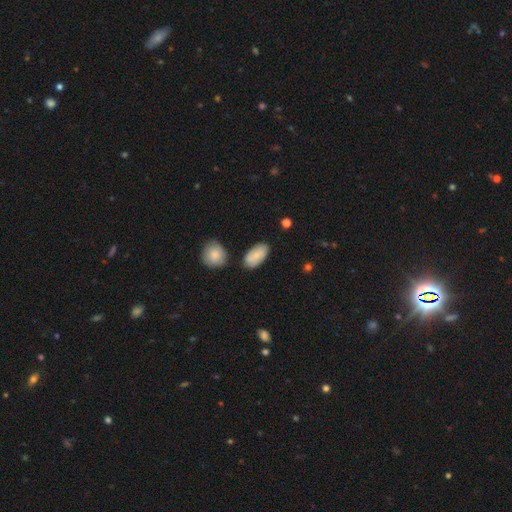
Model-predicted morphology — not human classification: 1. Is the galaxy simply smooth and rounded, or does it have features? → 80% smooth, 14% featured or disk, 6% star or artifact.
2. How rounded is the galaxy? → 94% in between, 4% round, 3% cigar-shaped.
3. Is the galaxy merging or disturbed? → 73% none, 16% minor disturbance, 8% merger, 3% major disturbance.